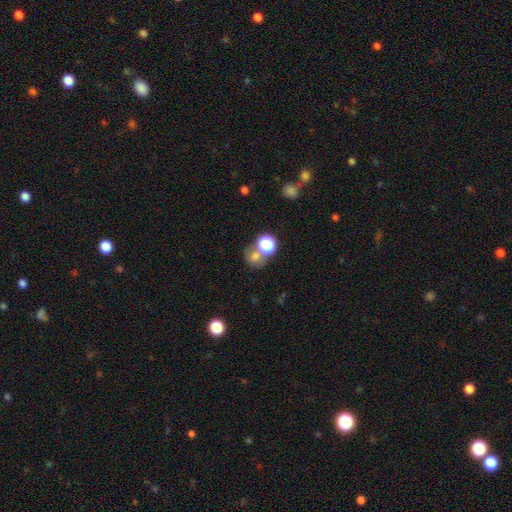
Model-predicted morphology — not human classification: Smooth or featured: smooth — 67% (star or artifact — 22%)
How rounded: round — 75% (in between — 24%)
Merging: none — 48% (merger — 36%)